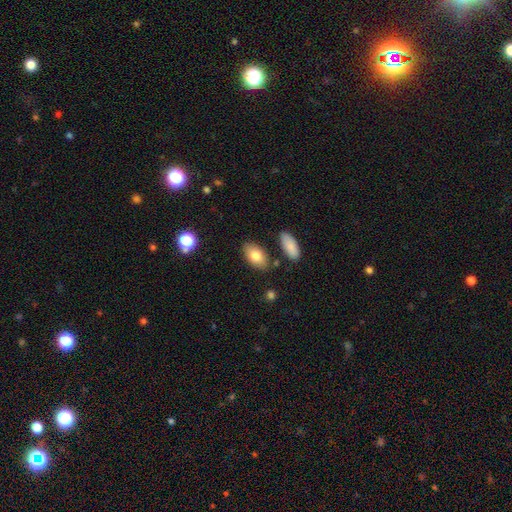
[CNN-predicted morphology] smooth 80%, featured or disk 13%, star or artifact 7%. Down the decision tree: how rounded — in between (92%); merging — none (81%).